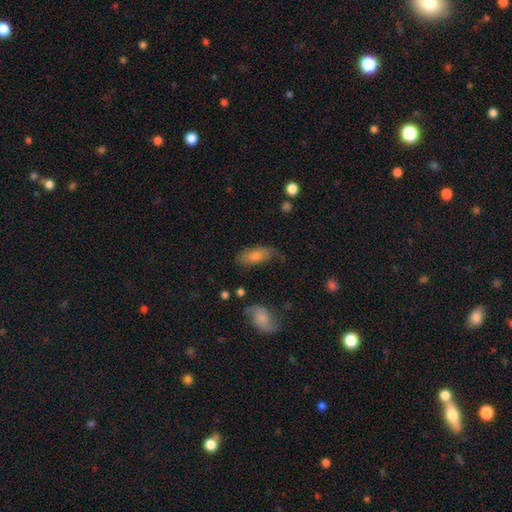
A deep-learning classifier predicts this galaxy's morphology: The model was most divided on "merging": none: 56%, minor disturbance: 28%, major disturbance: 13%, merger: 3%. More confident: how rounded — in between (85%); smooth or featured — smooth (71%).